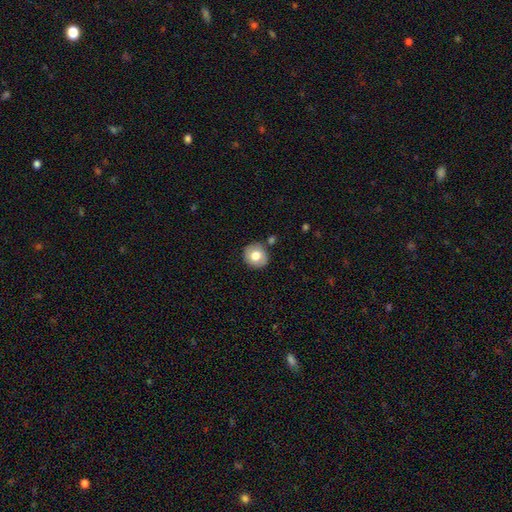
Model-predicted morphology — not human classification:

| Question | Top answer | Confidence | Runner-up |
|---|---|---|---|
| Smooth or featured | smooth | 74% | featured or disk (19%) |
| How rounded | round | 85% | in between (14%) |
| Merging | none | 83% | minor disturbance (11%) |